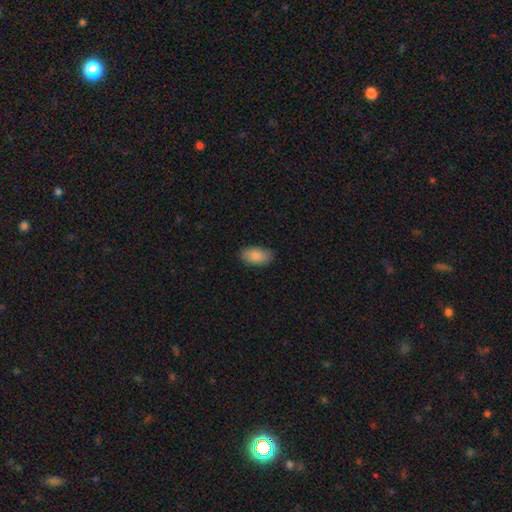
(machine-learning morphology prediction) type=smooth (87%); roundness=in between (93%); merging=none (84%).